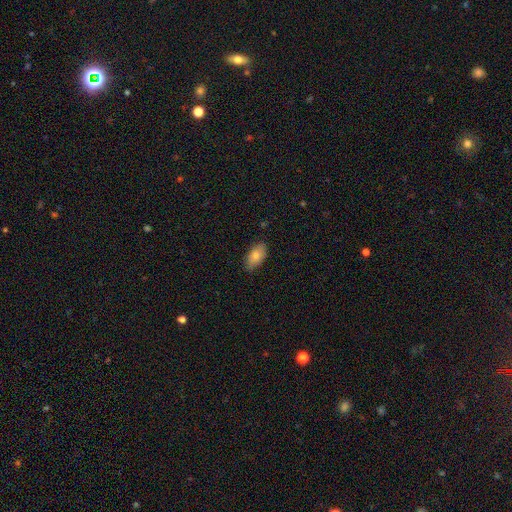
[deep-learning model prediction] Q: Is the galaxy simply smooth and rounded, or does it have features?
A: smooth — 79%.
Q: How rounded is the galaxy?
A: in between — 93%.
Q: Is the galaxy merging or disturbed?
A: none — 83%.